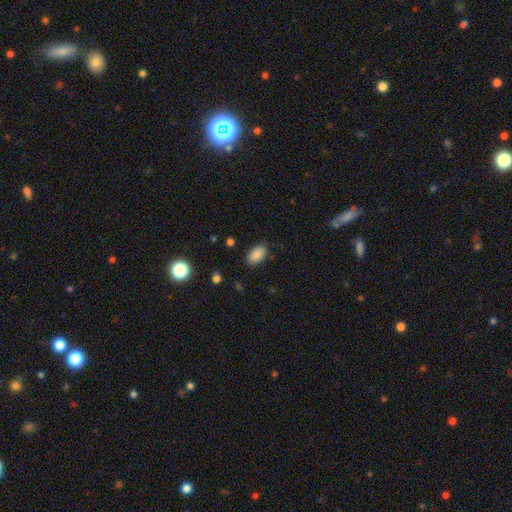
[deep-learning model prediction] Smooth or featured? Predicted: smooth (p=0.87). How rounded? Predicted: in between (p=0.90). Merging? Predicted: none (p=0.85).